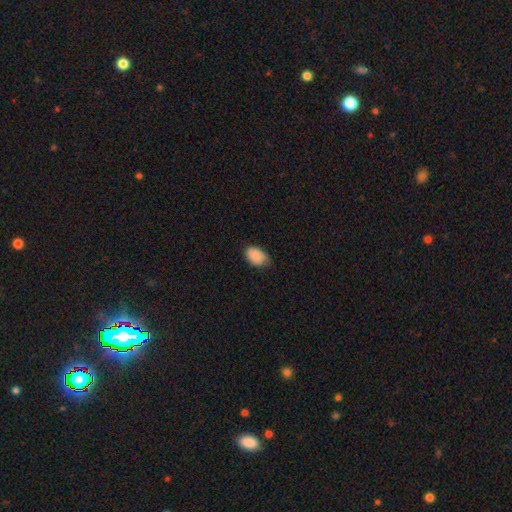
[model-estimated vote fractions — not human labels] Smooth or featured? Predicted: smooth (p=0.88). How rounded? Predicted: in between (p=0.88). Merging? Predicted: none (p=0.62).